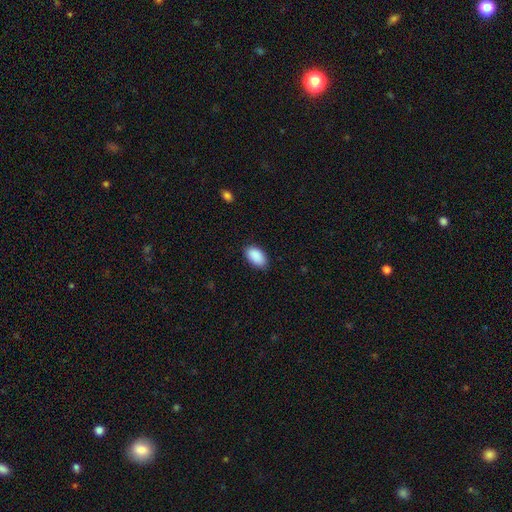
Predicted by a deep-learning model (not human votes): smooth 91%, star or artifact 6%, featured or disk 3%. Down the decision tree: how rounded — in between (95%); merging — none (85%).